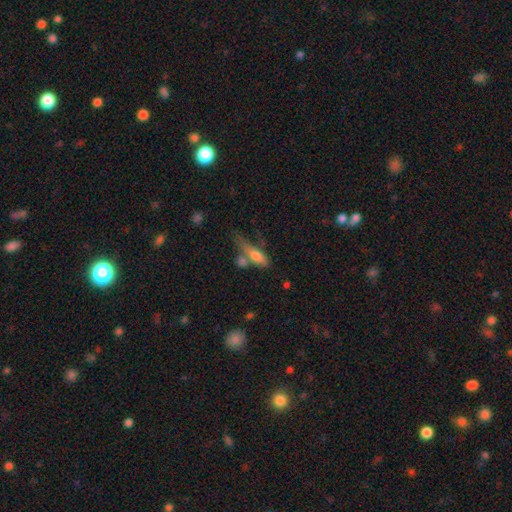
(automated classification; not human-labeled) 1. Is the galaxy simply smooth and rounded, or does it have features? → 67% smooth, 24% featured or disk, 9% star or artifact.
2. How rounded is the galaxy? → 52% in between, 44% cigar-shaped, 4% round.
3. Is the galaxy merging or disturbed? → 33% none, 31% merger, 21% minor disturbance, 16% major disturbance.